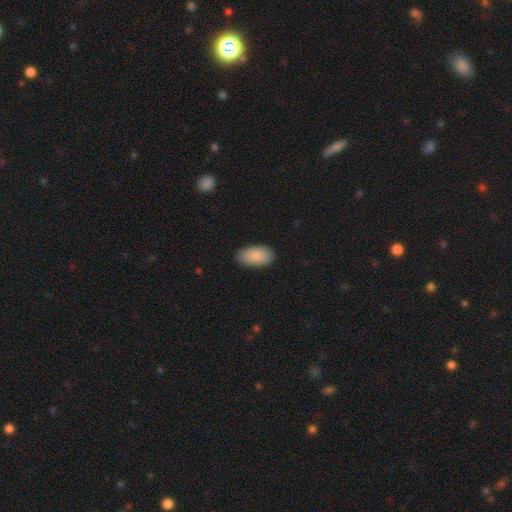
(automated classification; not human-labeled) Smooth or featured: smooth — 89% (star or artifact — 6%)
How rounded: in between — 95% (round — 3%)
Merging: none — 87% (minor disturbance — 10%)